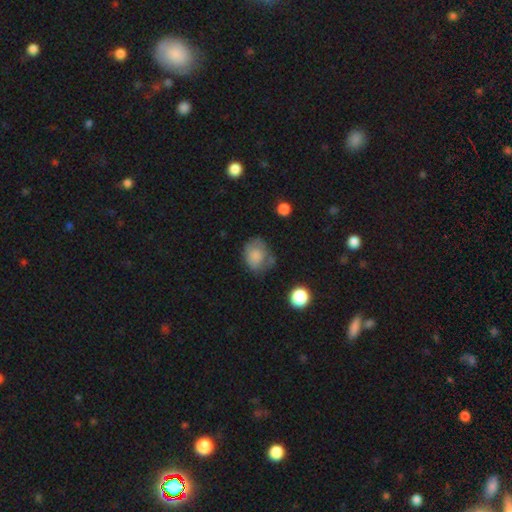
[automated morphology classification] Smooth or featured? smooth (74%)
How rounded? round (51%)
Merging? none (47%)